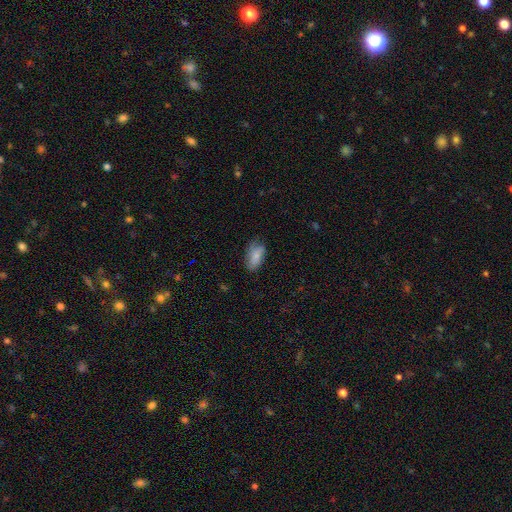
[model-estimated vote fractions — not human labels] The model was most divided on "merging": none: 61%, minor disturbance: 30%, major disturbance: 8%, merger: 1%. More confident: how rounded — in between (88%); smooth or featured — smooth (78%).